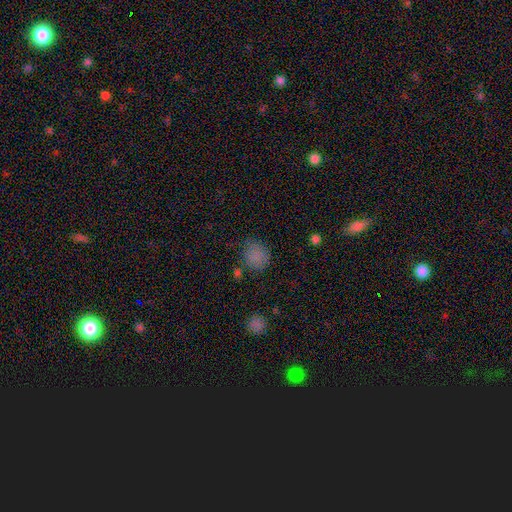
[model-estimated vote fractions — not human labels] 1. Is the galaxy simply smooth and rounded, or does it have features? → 81% smooth, 13% star or artifact, 6% featured or disk.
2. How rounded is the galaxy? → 80% round, 19% in between, 1% cigar-shaped.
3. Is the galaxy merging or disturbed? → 70% none, 19% minor disturbance, 6% major disturbance, 5% merger.